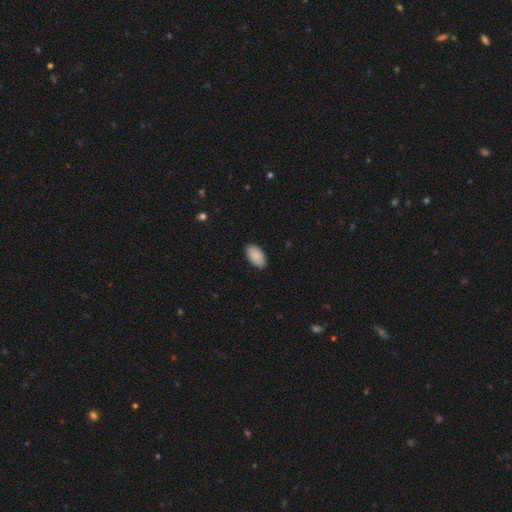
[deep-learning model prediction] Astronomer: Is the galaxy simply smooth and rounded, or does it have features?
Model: smooth — 91%.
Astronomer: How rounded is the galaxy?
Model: in between — 96%.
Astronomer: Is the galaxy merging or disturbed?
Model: none — 89%.